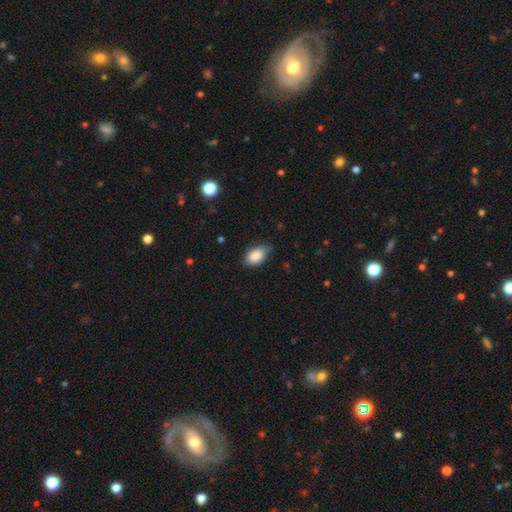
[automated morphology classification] smooth_or_featured: smooth (p=0.88) [alt: star or artifact p=0.07]
how_rounded: in between (p=0.90) [alt: round p=0.08]
merging: none (p=0.71) [alt: minor disturbance p=0.24]